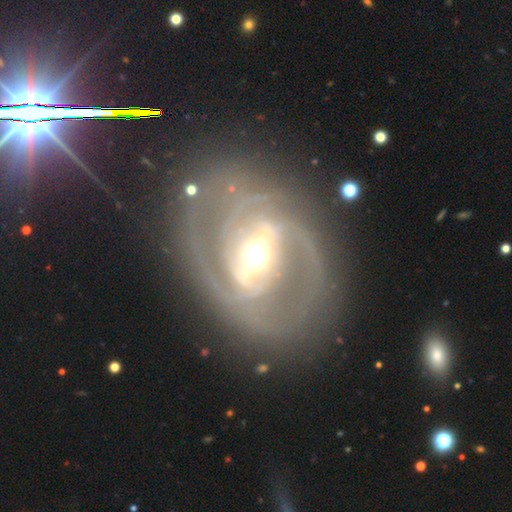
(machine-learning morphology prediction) smooth-or-featured: featured or disk: 89% | smooth: 6% | star or artifact: 5%
  disk-edge-on: no: 96% | yes: 4%
    bar: strong: 57% | weak: 31% | no: 12%
    has-spiral-arms: yes: 93% | no: 7%
      spiral-winding: tight: 53% | medium: 37% | loose: 10%
      spiral-arm-count: 2: 59% | 3: 15% | can't tell: 14% | 4: 5% | 1: 4% | more than 4: 4%
    bulge-size: moderate: 66% | small: 17% | large: 14% | dominant: 1% | none: 1%
  merging: none: 75% | minor disturbance: 15% | major disturbance: 9% | merger: 2%